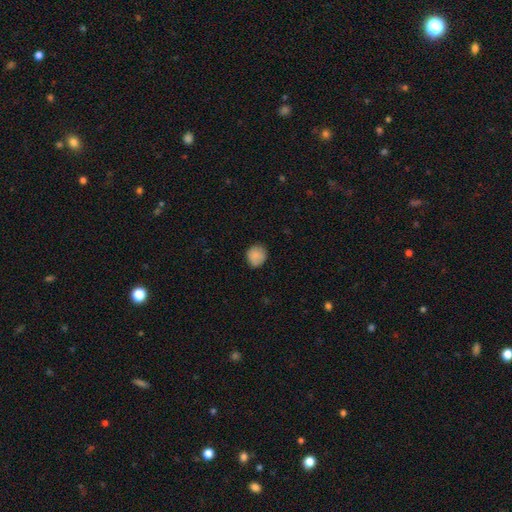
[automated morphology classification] Overall: smooth (87%). How rounded: round (83%). Merging: none (83%).